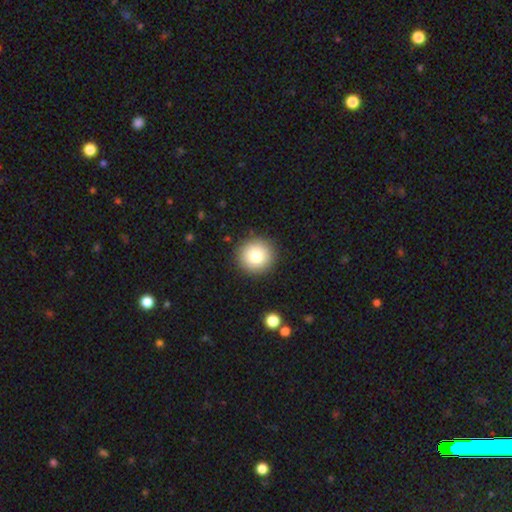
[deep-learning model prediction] The model was most divided on "smooth or featured": smooth: 80%, star or artifact: 10%, featured or disk: 10%. More confident: how rounded — round (94%); merging — none (90%).